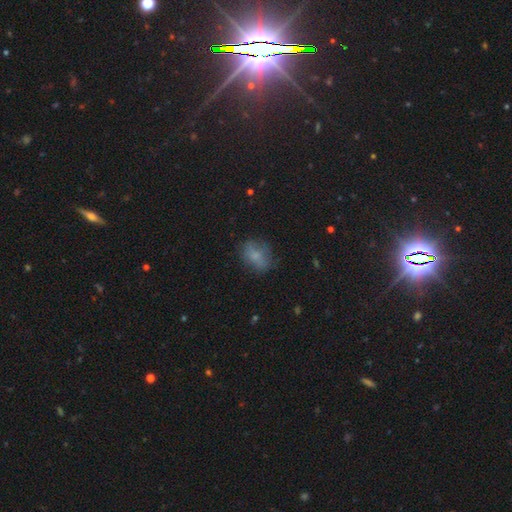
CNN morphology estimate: This is likely a smooth galaxy (71%). How rounded: likely in between (64%). Merging: likely none (66%).